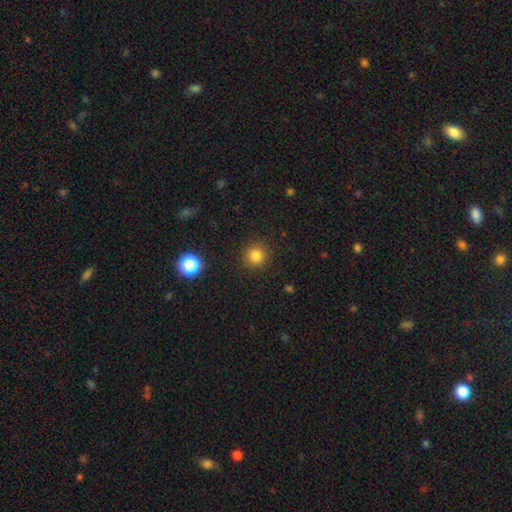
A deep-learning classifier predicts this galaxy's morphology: Q: Smooth or featured?
A: smooth (82%); runner-up: star or artifact (13%)
Q: How rounded?
A: round (94%); runner-up: in between (5%)
Q: Merging?
A: none (91%); runner-up: minor disturbance (6%)